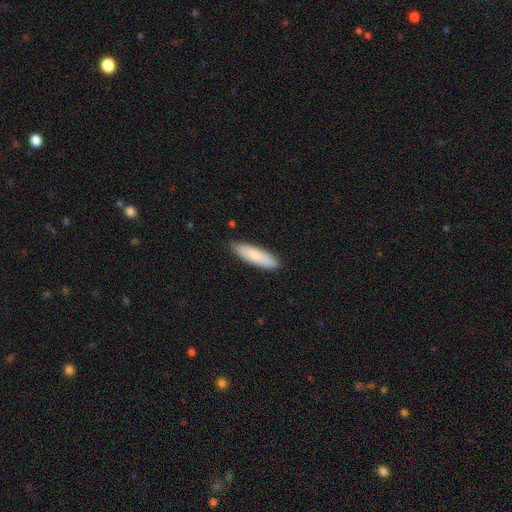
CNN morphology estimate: Q: Smooth or featured?
A: smooth (82%); runner-up: featured or disk (12%)
Q: How rounded?
A: cigar-shaped (62%); runner-up: in between (36%)
Q: Merging?
A: none (88%); runner-up: minor disturbance (10%)